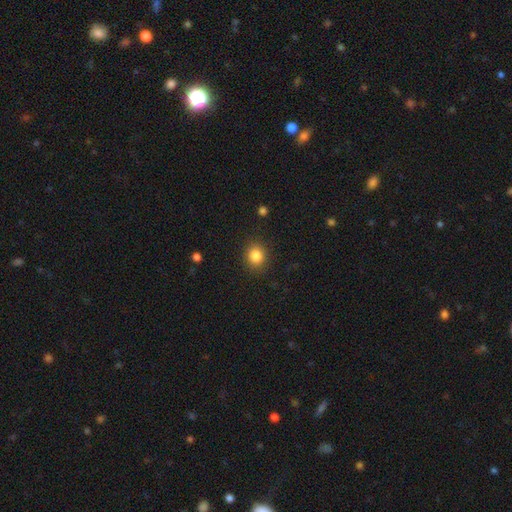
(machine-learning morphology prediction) smooth 85%, star or artifact 10%, featured or disk 5%. Down the decision tree: how rounded — round (75%); merging — none (88%).